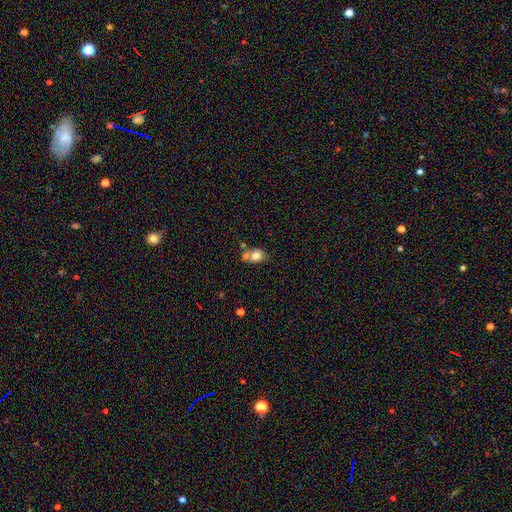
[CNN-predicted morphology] smooth-or-featured: smooth: 75% | featured or disk: 15% | star or artifact: 9%
  how-rounded: in between: 57% | round: 42% | cigar-shaped: 1%
  merging: merger: 41% | none: 40% | minor disturbance: 14% | major disturbance: 5%